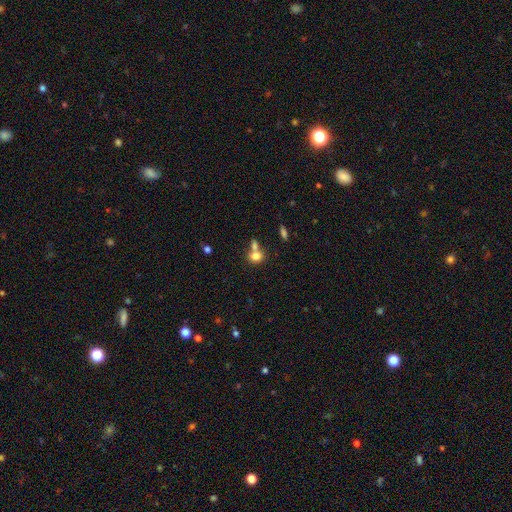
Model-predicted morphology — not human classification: The model was most divided on "merging": merger: 45%, none: 42%, minor disturbance: 9%, major disturbance: 4%. More confident: smooth or featured — smooth (78%); how rounded — round (57%).